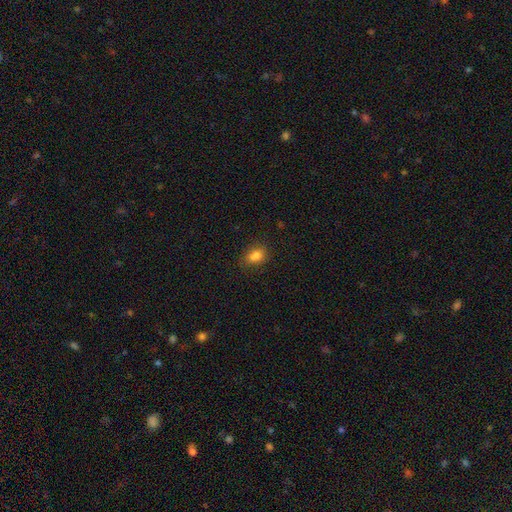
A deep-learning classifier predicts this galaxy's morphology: This appears to be a smooth galaxy with no disk features (82%) that is in between round and cigar-shaped (73%). Merging: none (68%).